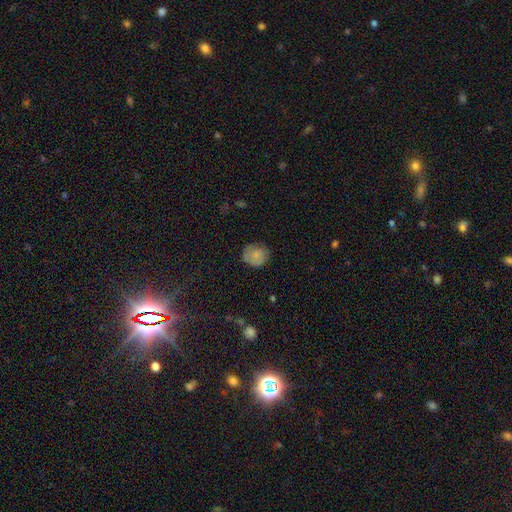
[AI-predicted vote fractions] Smooth or featured? smooth (74%)
How rounded? round (82%)
Merging? none (73%)